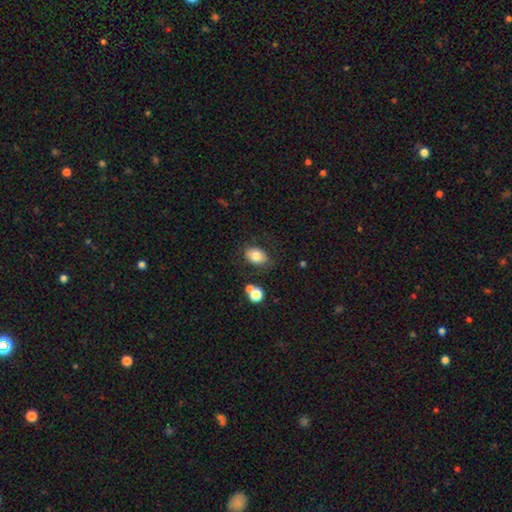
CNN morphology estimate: smooth 80%, featured or disk 11%, star or artifact 9%. Down the decision tree: how rounded — in between (74%); merging — none (75%).